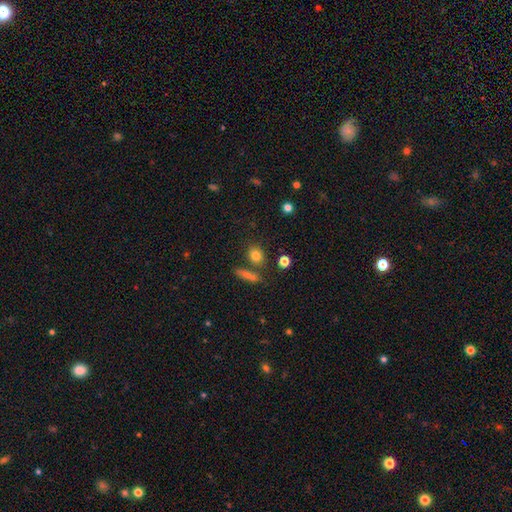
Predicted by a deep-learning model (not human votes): Smooth or featured: smooth — 80% (star or artifact — 11%)
How rounded: round — 52% (in between — 44%)
Merging: none — 72% (merger — 13%)